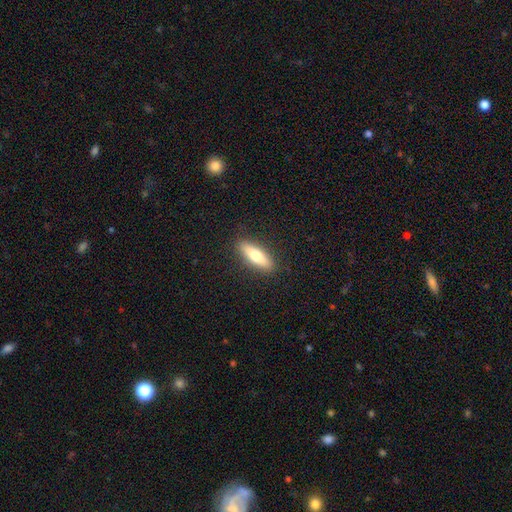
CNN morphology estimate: Smooth or featured? smooth (68%)
How rounded? cigar-shaped (60%)
Merging? none (89%)